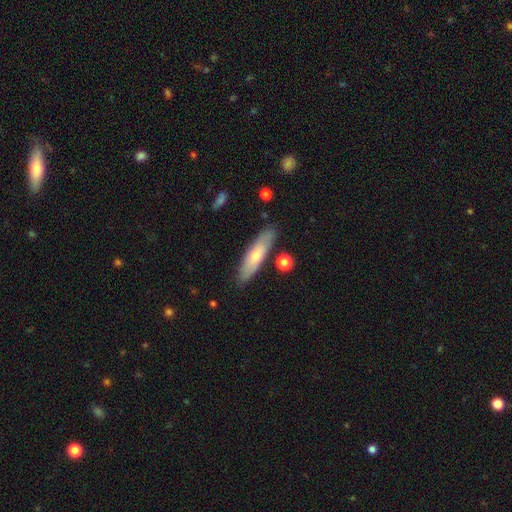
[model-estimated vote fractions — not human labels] smooth-or-featured: smooth: 58% | featured or disk: 36% | star or artifact: 6%
  how-rounded: cigar-shaped: 71% | in between: 27% | round: 2%
  merging: none: 84% | minor disturbance: 11% | merger: 3% | major disturbance: 2%